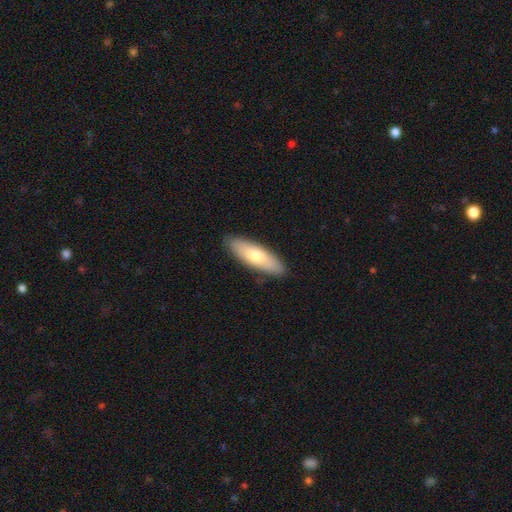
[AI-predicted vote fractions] Smooth or featured? Predicted: smooth (p=0.69). How rounded? Predicted: in between (p=0.54). Merging? Predicted: none (p=0.88).